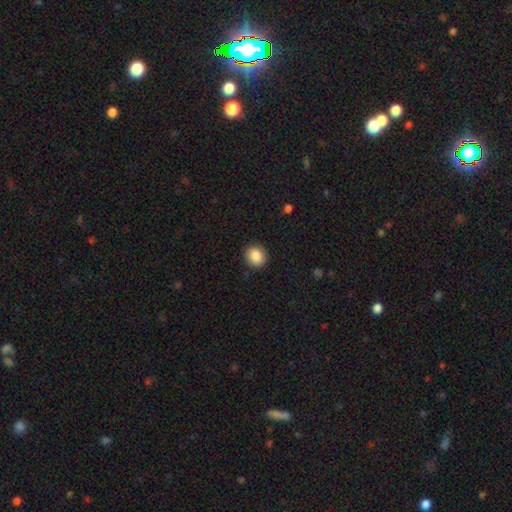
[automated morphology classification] Smooth or featured?
  - smooth: 87% *
  - star or artifact: 8%
  - featured or disk: 5%
How rounded?
  - round: 84% *
  - in between: 15%
  - cigar-shaped: 1%
Merging?
  - none: 90% *
  - minor disturbance: 7%
  - major disturbance: 2%
  - merger: 1%